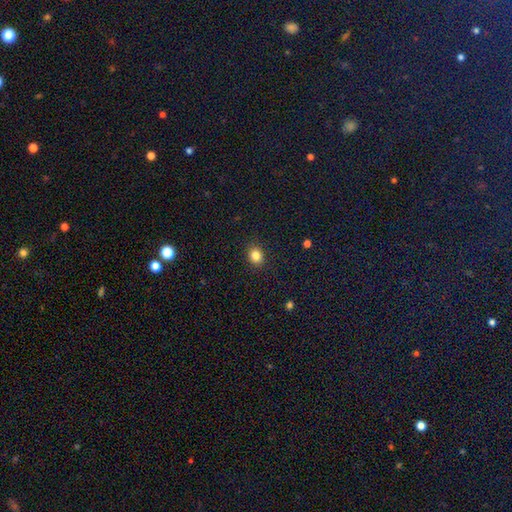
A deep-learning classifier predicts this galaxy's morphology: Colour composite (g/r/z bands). It shows a smooth galaxy with no disk features (83%) that is round (65%). Merging: none (90%).